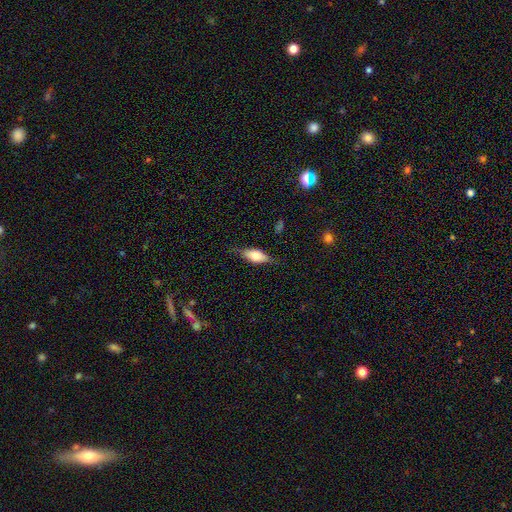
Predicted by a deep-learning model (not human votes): A smooth galaxy with no disk features (64%) that is in between round and cigar-shaped (78%).

Vote fractions:
- Smooth or featured? smooth: 64% / featured or disk: 29% / star or artifact: 7%
- How rounded? in between: 78% / cigar-shaped: 19% / round: 3%
- Merging? none: 72% / minor disturbance: 21% / major disturbance: 6% / merger: 1%